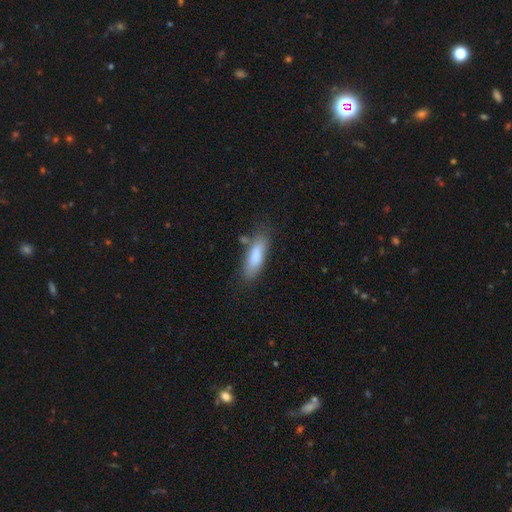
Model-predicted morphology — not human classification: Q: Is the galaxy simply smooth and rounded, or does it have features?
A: smooth — 84%.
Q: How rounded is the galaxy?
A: in between — 52%.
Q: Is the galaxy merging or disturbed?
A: none — 72%.